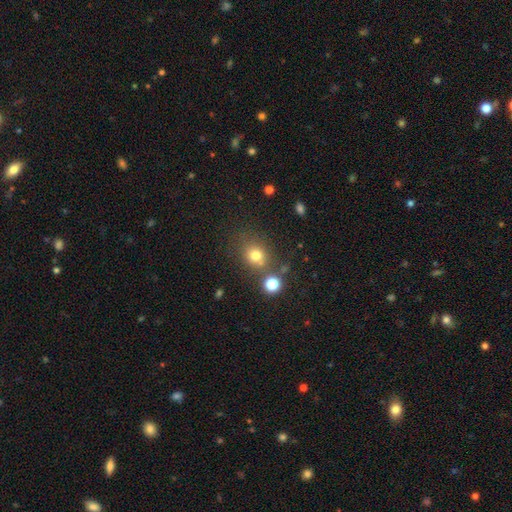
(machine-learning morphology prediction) type=smooth (75%); roundness=round (73%); merging=none (66%).